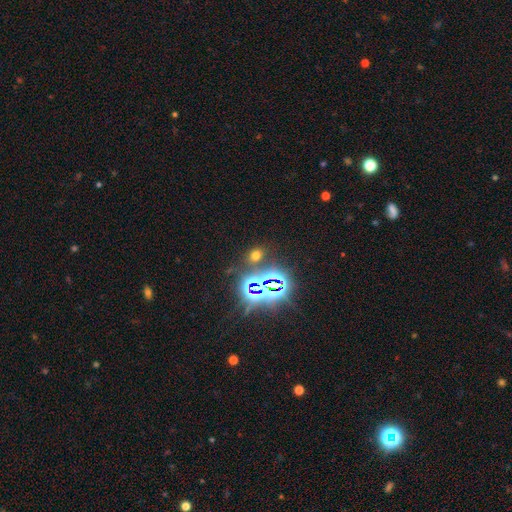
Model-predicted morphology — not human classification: type=star or artifact (48%).